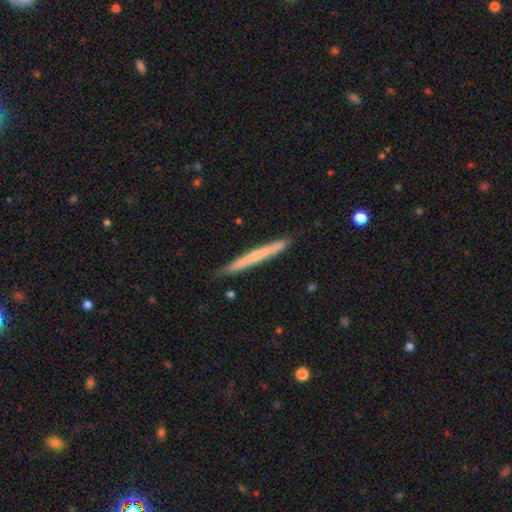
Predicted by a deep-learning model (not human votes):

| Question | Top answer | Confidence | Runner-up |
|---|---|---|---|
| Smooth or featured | smooth | 49% | featured or disk (46%) |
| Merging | none | 89% | minor disturbance (9%) |